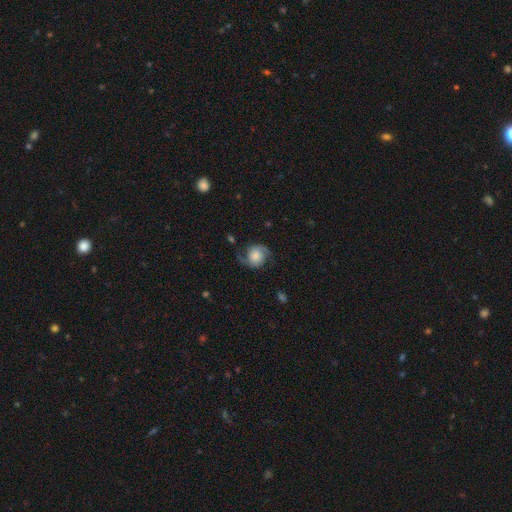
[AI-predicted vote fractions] Q: Smooth or featured?
A: featured or disk (74%); runner-up: smooth (18%)
Q: Edge-on disk?
A: no (98%); runner-up: yes (2%)
Q: Bar?
A: no (73%); runner-up: weak (22%)
Q: Spiral arms?
A: yes (96%); runner-up: no (4%)
Q: Spiral winding?
A: medium (43%); runner-up: loose (36%)
Q: Spiral arm count?
A: 2 (91%); runner-up: can't tell (3%)
Q: Bulge size?
A: large (31%); runner-up: moderate (27%)
Q: Merging?
A: none (73%); runner-up: minor disturbance (16%)